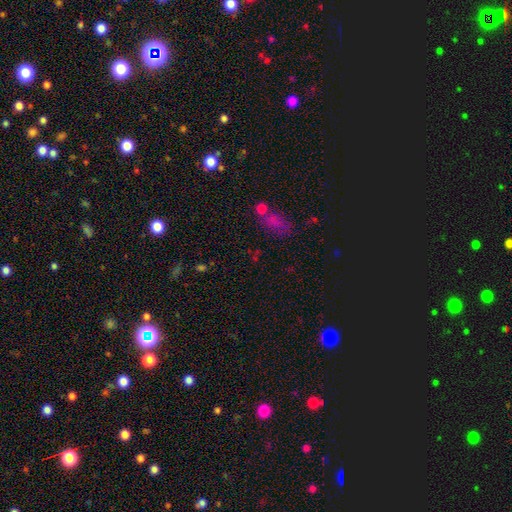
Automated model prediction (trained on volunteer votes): A smooth galaxy with no disk features (48%). Merging: none (59%).